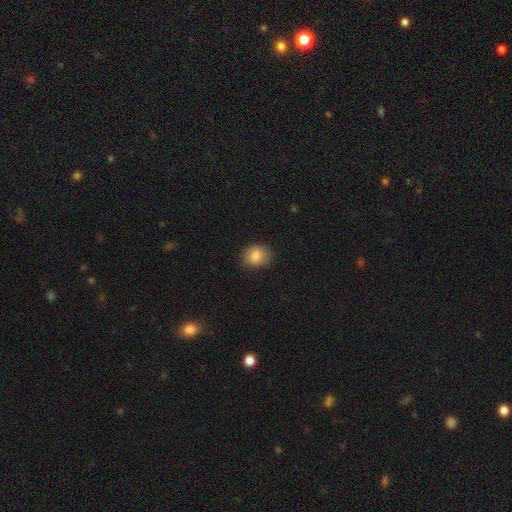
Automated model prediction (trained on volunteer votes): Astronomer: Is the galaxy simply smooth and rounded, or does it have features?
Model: smooth — 85%.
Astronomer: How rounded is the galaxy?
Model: round — 52% (runner-up: in between, 47%).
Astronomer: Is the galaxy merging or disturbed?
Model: none — 81%.